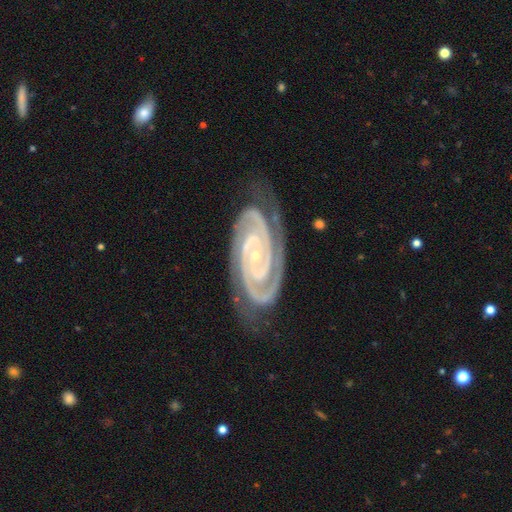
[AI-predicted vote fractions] Smooth or featured? Predicted: featured or disk (p=0.93). Edge-on disk? Predicted: no (p=0.97). Bar? Predicted: no (p=0.58). Spiral arms? Predicted: yes (p=0.99). Spiral winding? Predicted: tight (p=0.84). Spiral arm count? Predicted: 2 (p=0.86). Bulge size? Predicted: small (p=0.83). Merging? Predicted: none (p=0.78).